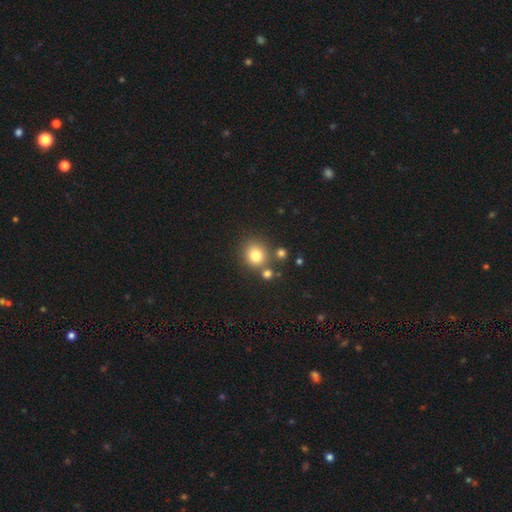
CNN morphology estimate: Smooth or featured: smooth — 79% (star or artifact — 13%)
How rounded: round — 86% (in between — 13%)
Merging: none — 72% (merger — 15%)